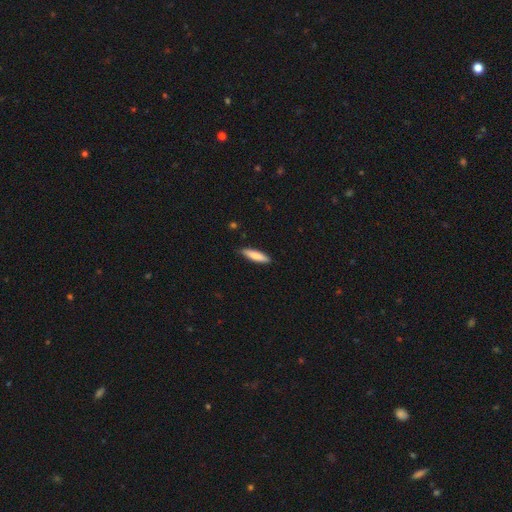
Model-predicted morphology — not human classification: Smooth or featured? smooth (81%)
How rounded? cigar-shaped (72%)
Merging? none (88%)